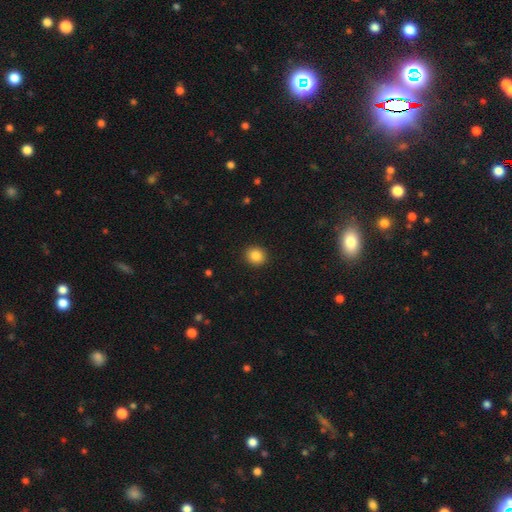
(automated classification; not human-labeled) The model was most divided on "how rounded": round: 82%, in between: 17%, cigar-shaped: 1%. More confident: merging — none (92%); smooth or featured — smooth (86%).